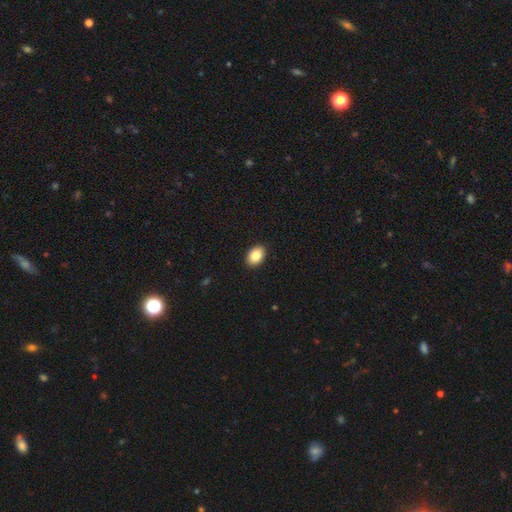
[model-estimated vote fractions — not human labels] Morphology: type=smooth (85%); roundness=in between (86%); merging=none (91%).